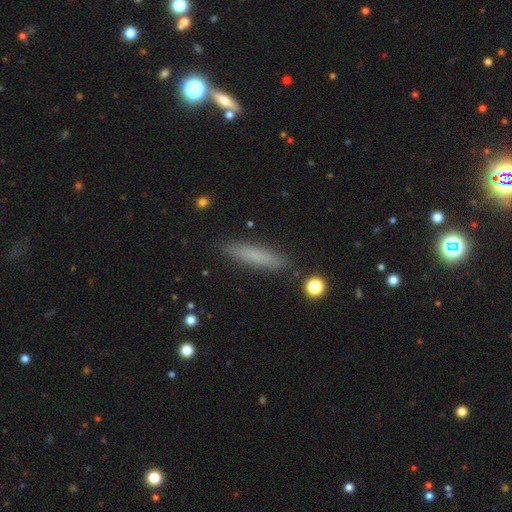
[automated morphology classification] smooth_or_featured: smooth (p=0.75) [alt: featured or disk p=0.16]
how_rounded: cigar-shaped (p=0.87) [alt: in between p=0.12]
merging: none (p=0.88) [alt: minor disturbance p=0.08]